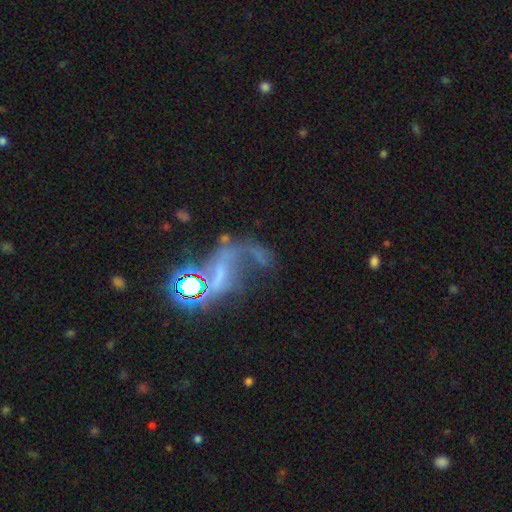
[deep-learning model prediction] Overall: featured or disk (46%; star or artifact 32%). Merging: major disturbance (42%; none 27%).